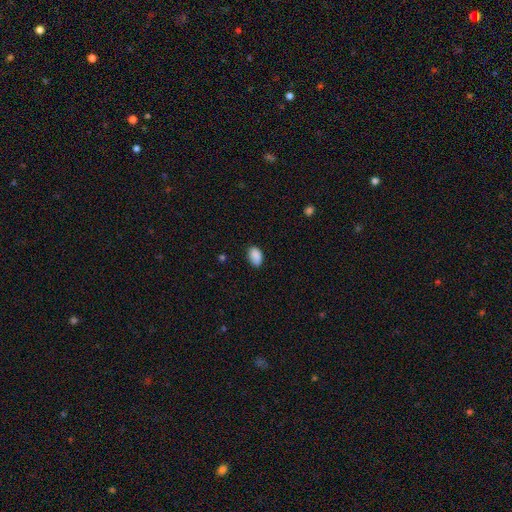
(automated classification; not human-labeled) Smooth or featured? smooth (89%)
How rounded? in between (90%)
Merging? none (82%)